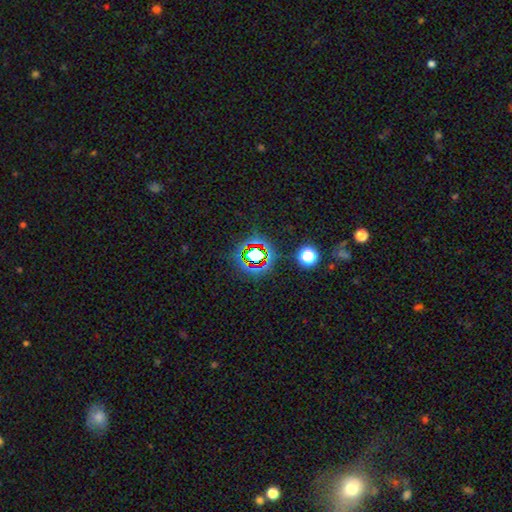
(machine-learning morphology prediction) type=star or artifact (70%).